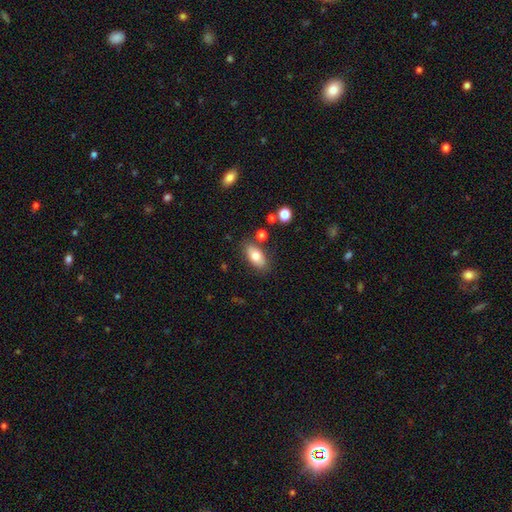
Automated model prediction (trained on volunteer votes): Smooth or featured: smooth — 76% (featured or disk — 16%)
How rounded: in between — 89% (cigar-shaped — 6%)
Merging: none — 80% (minor disturbance — 12%)